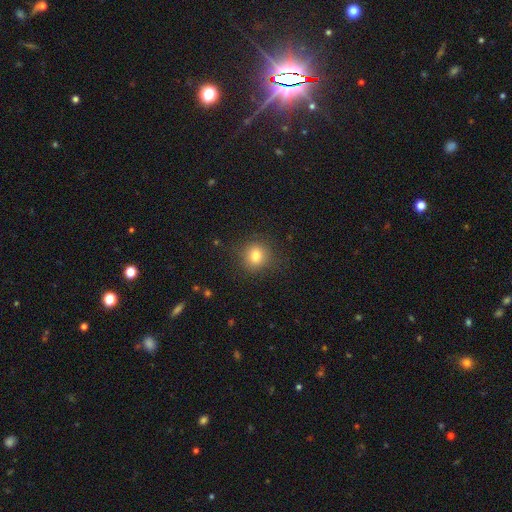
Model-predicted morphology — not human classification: This appears to be a smooth galaxy with no disk features (79%) that is round (85%). Merging: none (86%).